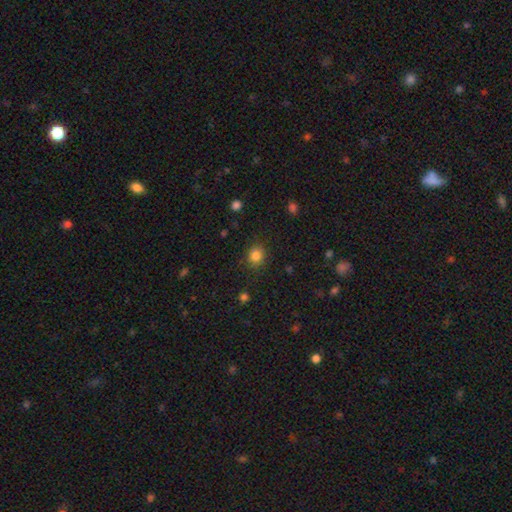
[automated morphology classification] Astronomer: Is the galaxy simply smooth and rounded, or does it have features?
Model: smooth — 83%.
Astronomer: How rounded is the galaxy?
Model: round — 76%.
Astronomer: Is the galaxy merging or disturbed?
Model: none — 85%.